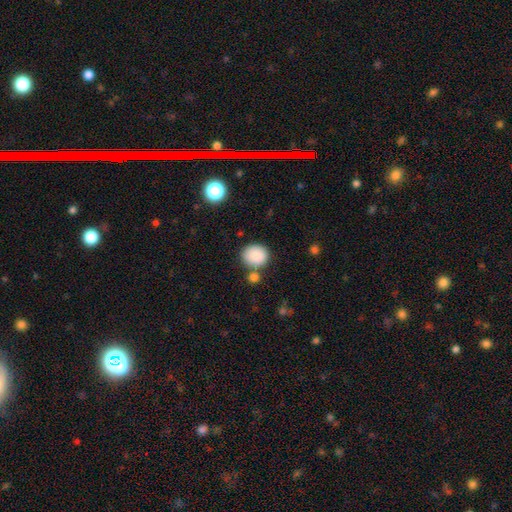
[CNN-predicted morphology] Smooth or featured?
  - smooth: 87% *
  - star or artifact: 9%
  - featured or disk: 4%
How rounded?
  - round: 78% *
  - in between: 21%
  - cigar-shaped: 1%
Merging?
  - none: 72% *
  - minor disturbance: 12%
  - merger: 12%
  - major disturbance: 4%